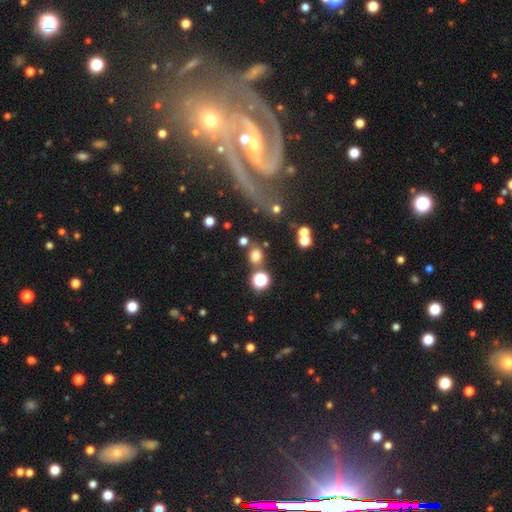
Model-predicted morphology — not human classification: smooth 73%, star or artifact 19%, featured or disk 8%. Down the decision tree: how rounded — round (65%); merging — none (75%).